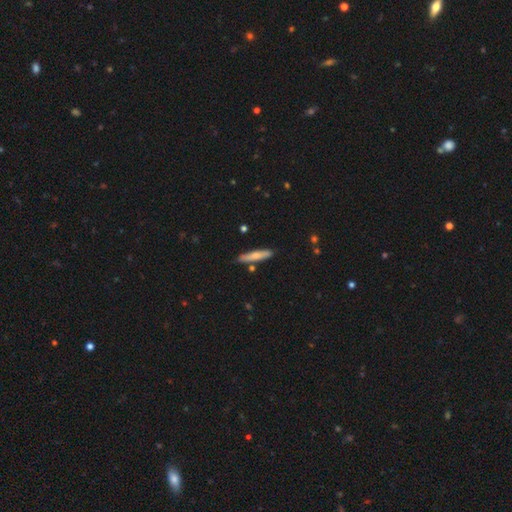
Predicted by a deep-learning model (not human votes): Morphology: type=smooth (69%); roundness=cigar-shaped (87%); merging=none (83%).